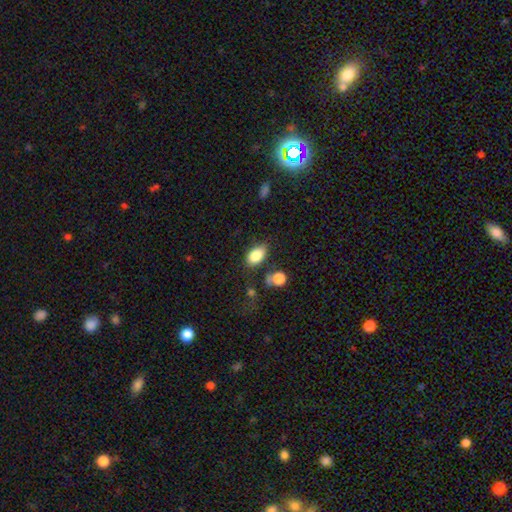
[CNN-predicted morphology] The model was most divided on "merging": none: 66%, minor disturbance: 21%, merger: 7%, major disturbance: 6%. More confident: how rounded — in between (87%); smooth or featured — smooth (84%).